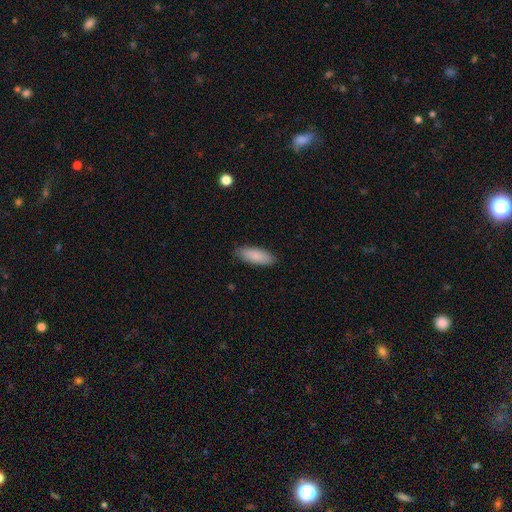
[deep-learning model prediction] Smooth or featured: smooth — 88% (featured or disk — 7%)
How rounded: in between — 74% (cigar-shaped — 25%)
Merging: none — 87% (minor disturbance — 10%)